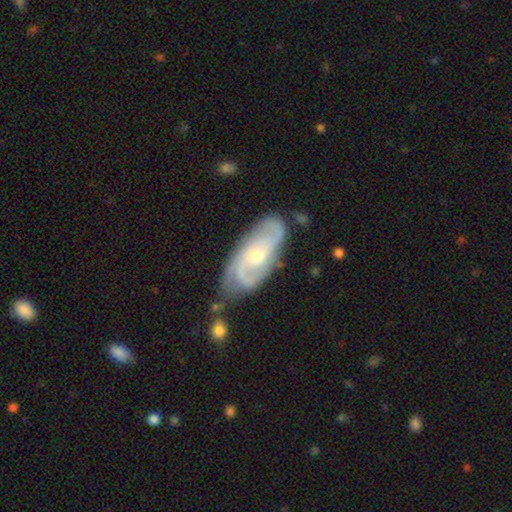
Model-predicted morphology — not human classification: type=featured or disk (85%); edge-on=no (94%); bar=no (57%); spiral arms=yes (96%); winding=medium (47%); arm count=2 (64%); bulge=moderate (52%); merging=none (67%).